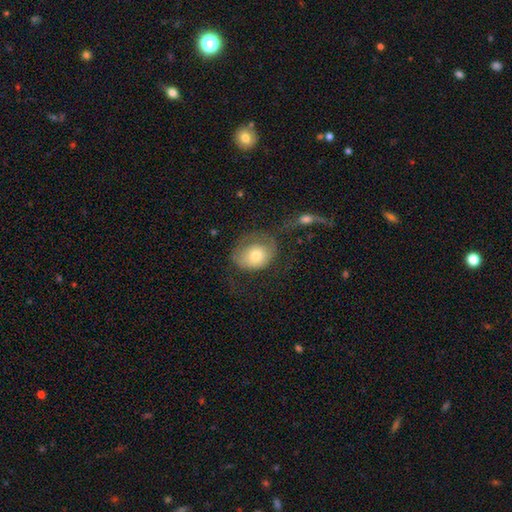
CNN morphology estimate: Smooth or featured? smooth (67%)
How rounded? round (50%)
Merging? major disturbance (37%)